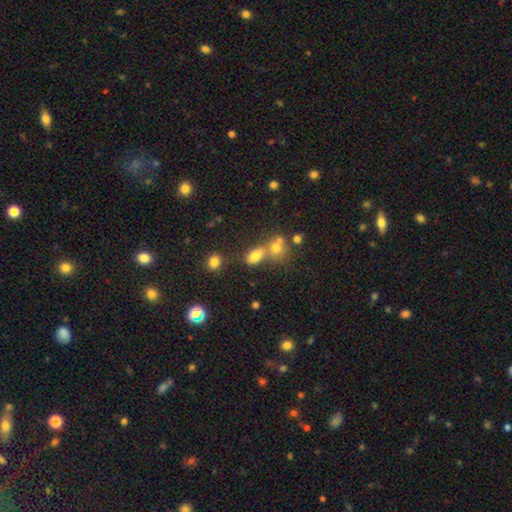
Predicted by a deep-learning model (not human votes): smooth 68%, star or artifact 19%, featured or disk 12%. Down the decision tree: how rounded — in between (66%); merging — merger (43%).